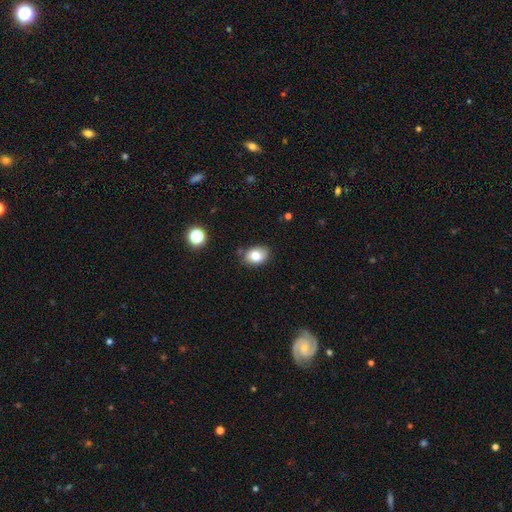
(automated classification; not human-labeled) smooth 81%, featured or disk 10%, star or artifact 10%. Down the decision tree: how rounded — in between (76%); merging — none (78%).